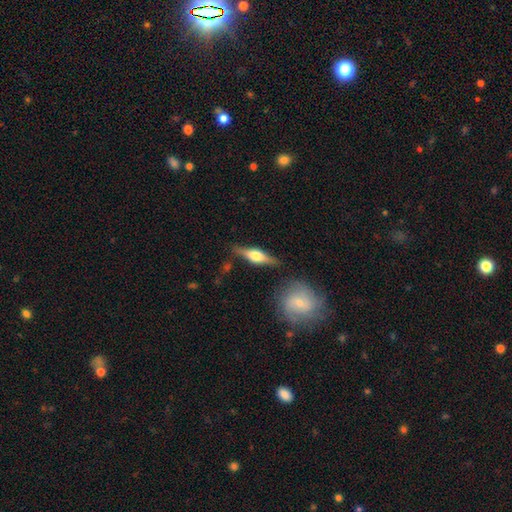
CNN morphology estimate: This appears to be a featured or disk galaxy (63%) viewed edge-on (95%) with a rounded central bulge (90%). Merging: none (81%).